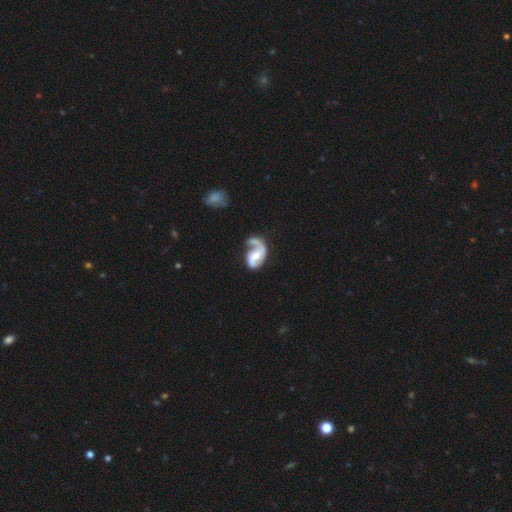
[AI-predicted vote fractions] Smooth or featured?
  - featured or disk: 79% *
  - smooth: 15%
  - star or artifact: 6%
Edge-on disk?
  - no: 98% *
  - yes: 2%
Bar?
  - weak: 43% *
  - no: 36%
  - strong: 21%
Spiral arms?
  - yes: 91% *
  - no: 9%
Spiral winding?
  - loose: 49% *
  - medium: 38%
  - tight: 13%
Spiral arm count?
  - 2: 71% *
  - 1: 22%
  - can't tell: 4%
  - 3: 1%
  - 4: 1%
  - more than 4: 1%
Bulge size?
  - moderate: 35% *
  - small: 34%
  - none: 20%
  - large: 9%
  - dominant: 2%
Merging?
  - none: 37% *
  - major disturbance: 26%
  - minor disturbance: 23%
  - merger: 15%